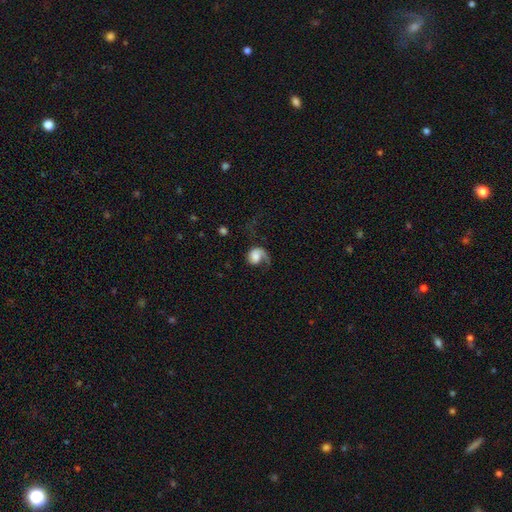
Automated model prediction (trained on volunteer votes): smooth-or-featured: featured or disk: 48% | smooth: 43% | star or artifact: 8%
  merging: major disturbance: 46% | none: 31% | minor disturbance: 20% | merger: 3%